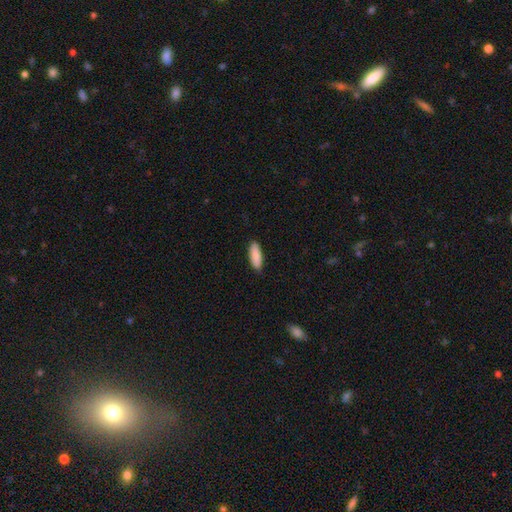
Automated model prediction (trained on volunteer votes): smooth-or-featured: smooth: 89% | featured or disk: 6% | star or artifact: 5%
  how-rounded: in between: 61% | cigar-shaped: 38% | round: 2%
  merging: none: 89% | minor disturbance: 9% | major disturbance: 2% | merger: 1%